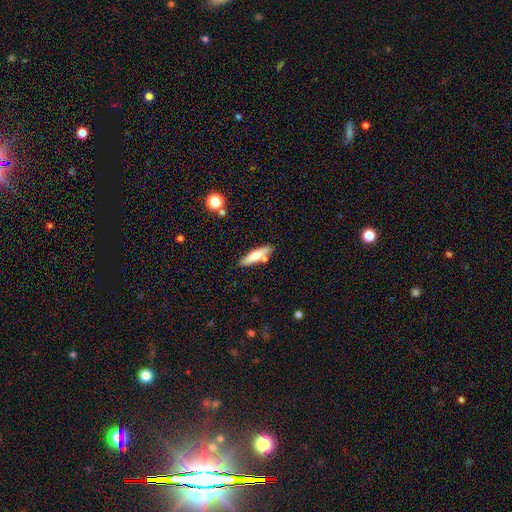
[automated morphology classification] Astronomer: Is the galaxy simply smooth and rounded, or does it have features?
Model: smooth — 60%.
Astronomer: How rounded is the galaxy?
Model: cigar-shaped — 71%.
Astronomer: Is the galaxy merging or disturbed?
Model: none — 72%.